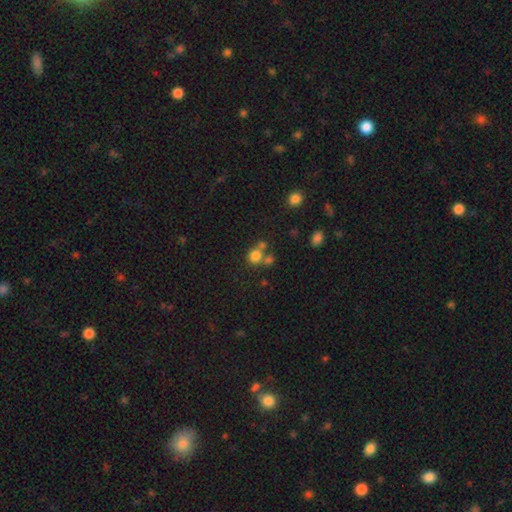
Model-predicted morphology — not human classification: A smooth galaxy with no disk features (77%) that is round (80%).

Vote fractions:
- Smooth or featured? smooth: 77% / star or artifact: 14% / featured or disk: 9%
- How rounded? round: 80% / in between: 19% / cigar-shaped: 1%
- Merging? none: 52% / merger: 34% / minor disturbance: 9% / major disturbance: 5%